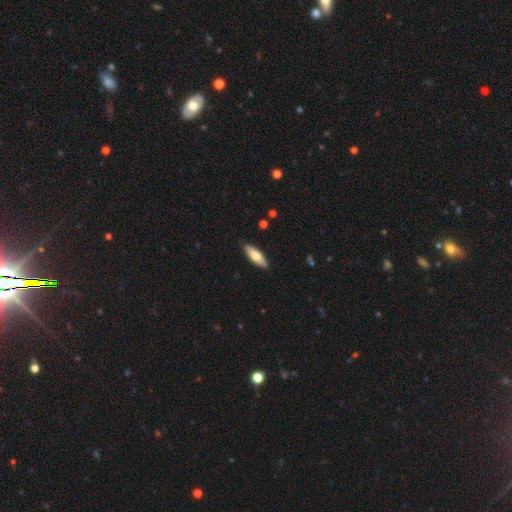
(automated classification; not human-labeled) smooth 68%, featured or disk 27%, star or artifact 5%. Down the decision tree: how rounded — in between (56%); merging — none (89%).